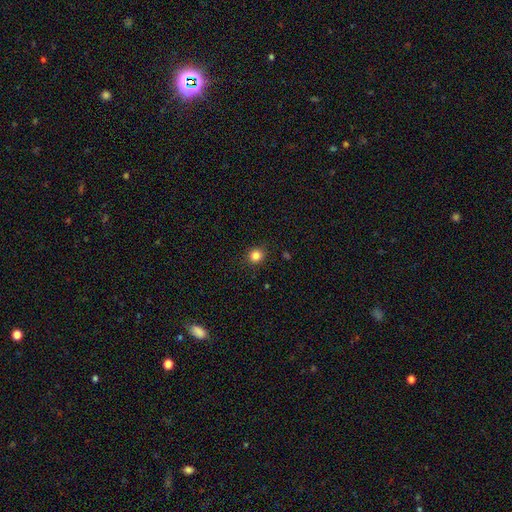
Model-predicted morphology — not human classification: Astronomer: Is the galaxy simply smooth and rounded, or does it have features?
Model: smooth — 84%.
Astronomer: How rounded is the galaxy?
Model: round — 87%.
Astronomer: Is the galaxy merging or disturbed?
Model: none — 89%.